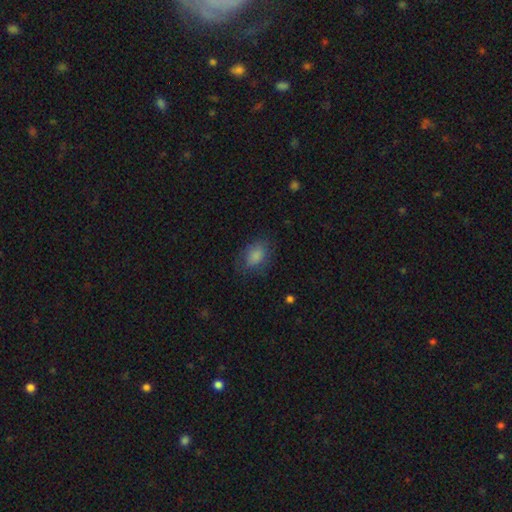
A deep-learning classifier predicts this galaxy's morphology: smooth-or-featured: smooth: 81% | featured or disk: 10% | star or artifact: 8%
  how-rounded: in between: 79% | round: 20% | cigar-shaped: 2%
  merging: none: 69% | minor disturbance: 20% | major disturbance: 9% | merger: 1%